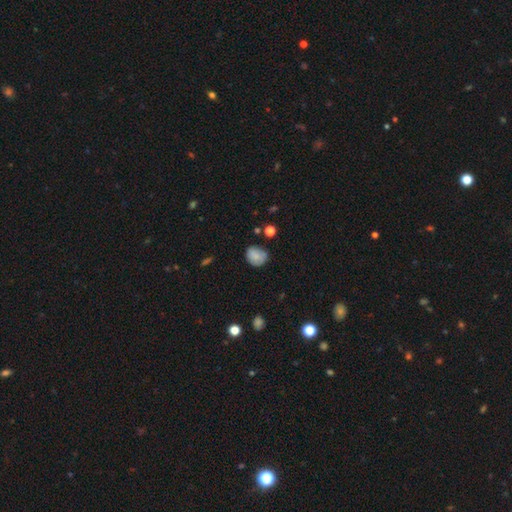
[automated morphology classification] This appears to be a smooth galaxy with no disk features (81%) that is round (60%). Merging: none (65%).